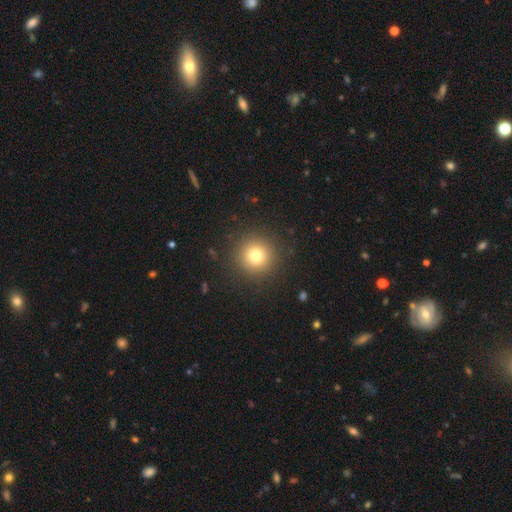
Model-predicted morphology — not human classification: type=smooth (77%); roundness=round (95%); merging=none (91%).